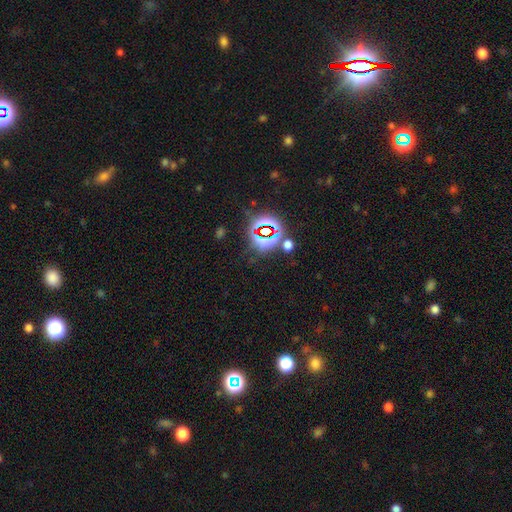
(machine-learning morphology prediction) Overall: star or artifact (79%).